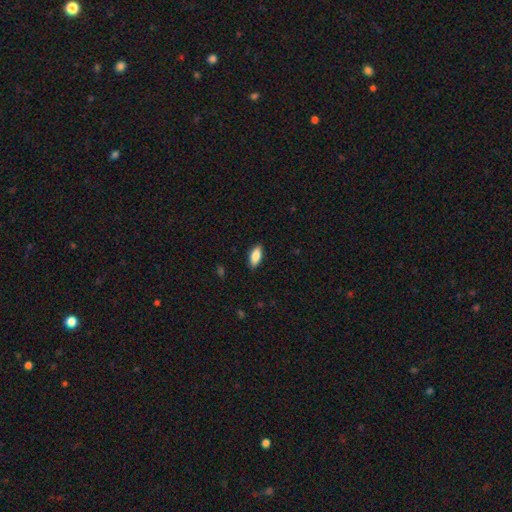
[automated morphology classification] The model was most divided on "how rounded": in between: 85%, cigar-shaped: 13%, round: 2%. More confident: merging — none (88%); smooth or featured — smooth (83%).